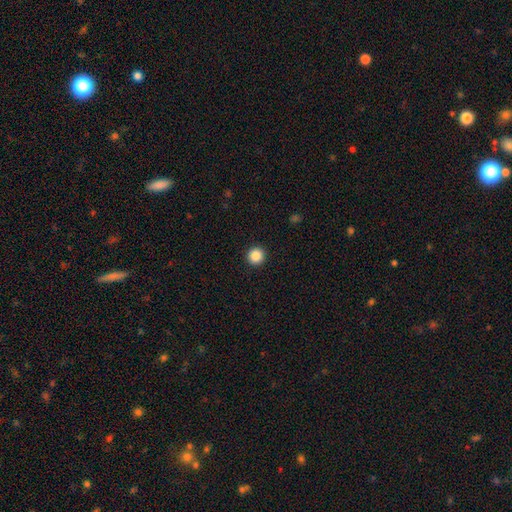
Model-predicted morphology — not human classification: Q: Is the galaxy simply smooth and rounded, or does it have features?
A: smooth — 87%.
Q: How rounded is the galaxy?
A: round — 96%.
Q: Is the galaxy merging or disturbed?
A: none — 94%.